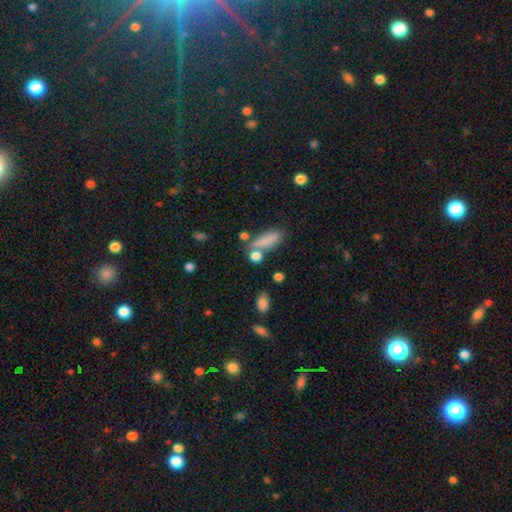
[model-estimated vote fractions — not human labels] Smooth or featured? Predicted: smooth (p=0.80). How rounded? Predicted: in between (p=0.47). Merging? Predicted: none (p=0.56).